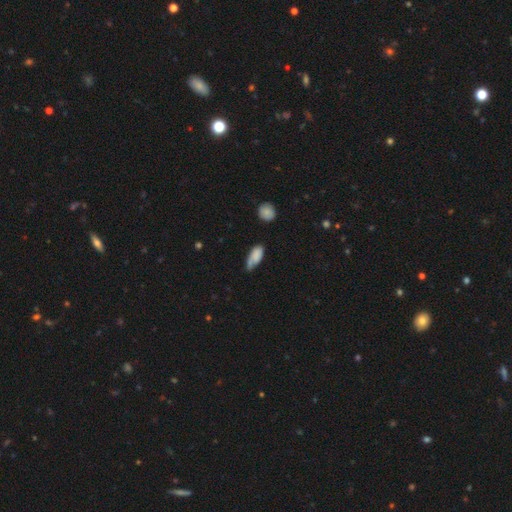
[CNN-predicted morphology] Overall: smooth (77%). How rounded: in between (86%). Merging: minor disturbance (41%; none 37%).